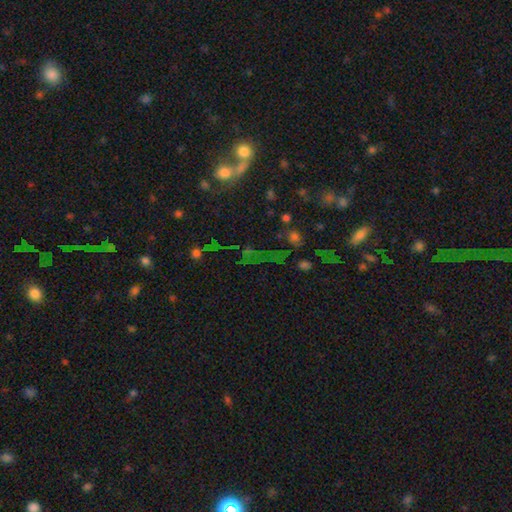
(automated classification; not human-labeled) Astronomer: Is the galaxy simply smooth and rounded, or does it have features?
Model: star or artifact — 55%.